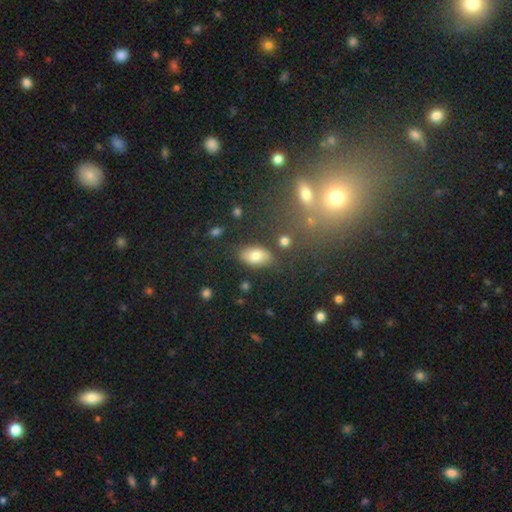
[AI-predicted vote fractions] Overall: smooth (76%). How rounded: in between (91%). Merging: none (79%).